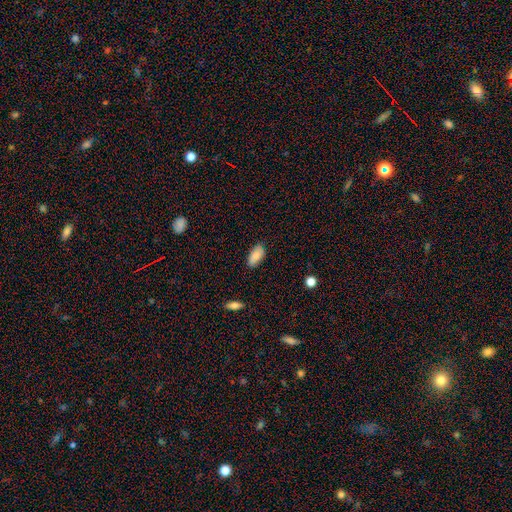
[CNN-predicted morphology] Smooth or featured?
  - smooth: 85% *
  - featured or disk: 8%
  - star or artifact: 7%
How rounded?
  - in between: 93% *
  - cigar-shaped: 4%
  - round: 2%
Merging?
  - none: 82% *
  - minor disturbance: 14%
  - major disturbance: 2%
  - merger: 1%